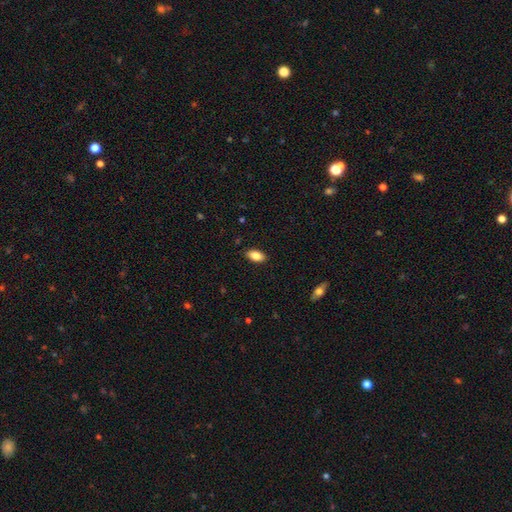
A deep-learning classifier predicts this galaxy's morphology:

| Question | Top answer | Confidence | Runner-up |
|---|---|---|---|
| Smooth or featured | smooth | 84% | featured or disk (8%) |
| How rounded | in between | 91% | cigar-shaped (5%) |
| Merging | none | 88% | minor disturbance (9%) |